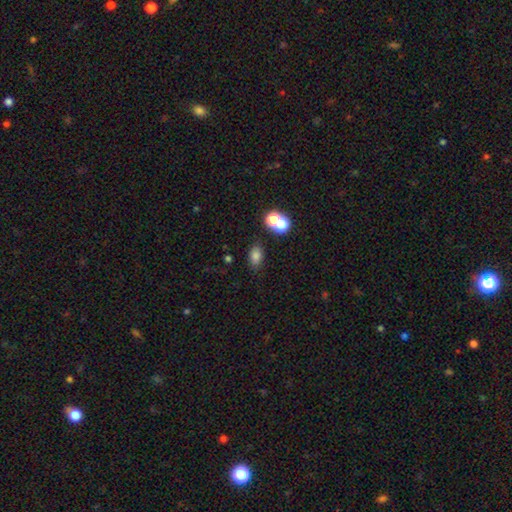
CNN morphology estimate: smooth-or-featured: smooth: 78% | star or artifact: 14% | featured or disk: 8%
  how-rounded: in between: 80% | round: 18% | cigar-shaped: 2%
  merging: none: 73% | minor disturbance: 12% | merger: 10% | major disturbance: 4%